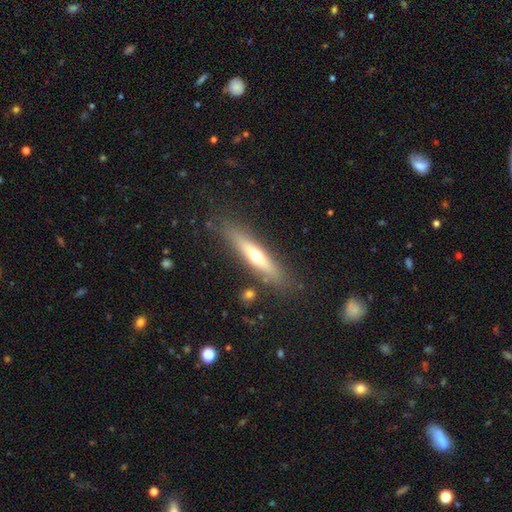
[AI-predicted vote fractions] featured or disk 51%, smooth 42%, star or artifact 7%. Down the decision tree: edge-on disk — yes (85%); merging — none (83%).